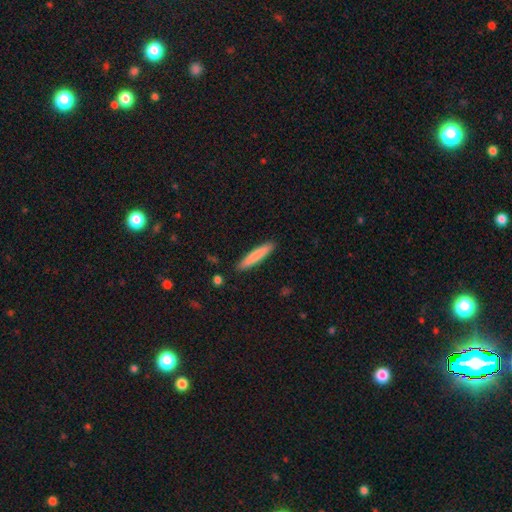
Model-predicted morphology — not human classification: Overall: smooth (81%). How rounded: cigar-shaped (92%). Merging: none (90%).